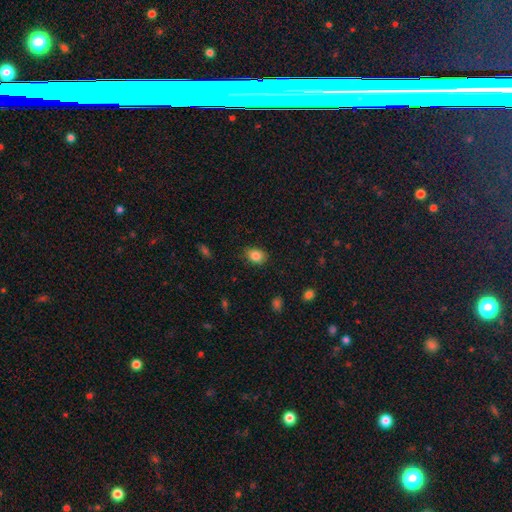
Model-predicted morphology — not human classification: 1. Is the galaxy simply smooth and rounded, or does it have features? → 86% smooth, 9% star or artifact, 6% featured or disk.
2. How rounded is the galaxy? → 68% in between, 31% round, 1% cigar-shaped.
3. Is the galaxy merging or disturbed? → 83% none, 13% minor disturbance, 3% major disturbance, 1% merger.